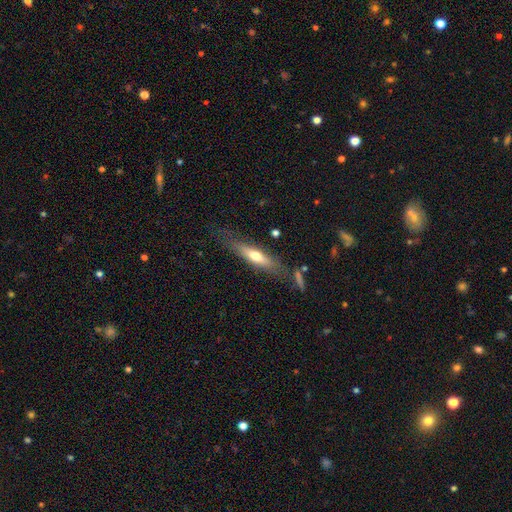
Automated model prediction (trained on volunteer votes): This is possibly a smooth galaxy (51%). How rounded: likely cigar-shaped (75%). Merging: likely none (69%).